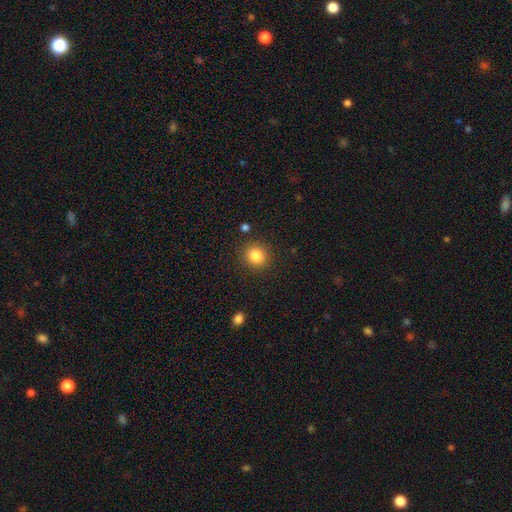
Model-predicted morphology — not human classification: The model was most divided on "how rounded": round: 85%, in between: 14%, cigar-shaped: 1%. More confident: merging — none (88%); smooth or featured — smooth (84%).